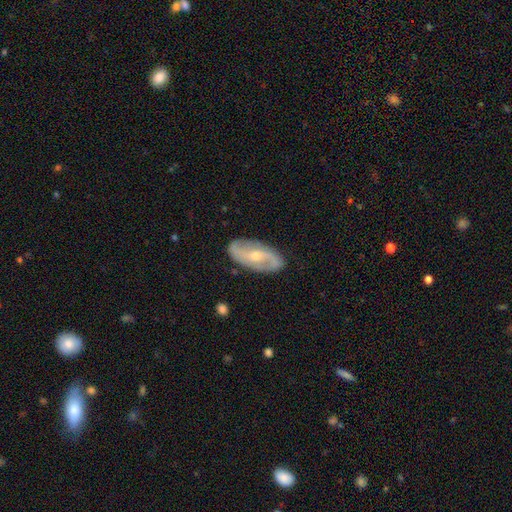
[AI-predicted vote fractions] A featured or disk galaxy (79%) with a weak bar (40%), 2 (88%) loose (40%) spiral arms (90%) and a small central bulge (48%, tied with moderate). Merging: none (85%).